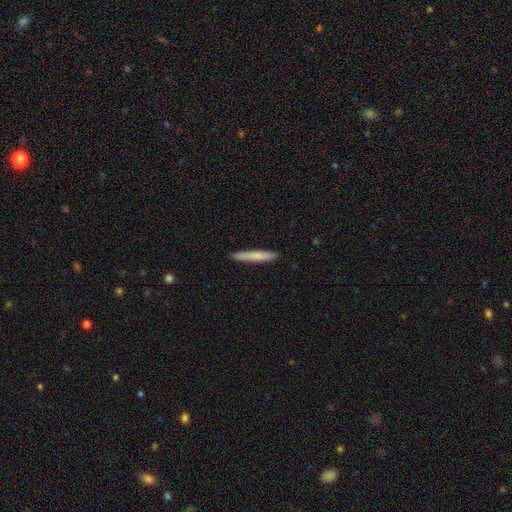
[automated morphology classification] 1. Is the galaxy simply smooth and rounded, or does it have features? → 73% smooth, 22% featured or disk, 5% star or artifact.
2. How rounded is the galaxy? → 95% cigar-shaped, 3% in between, 1% round.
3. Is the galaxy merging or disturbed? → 90% none, 7% minor disturbance, 1% major disturbance, 1% merger.